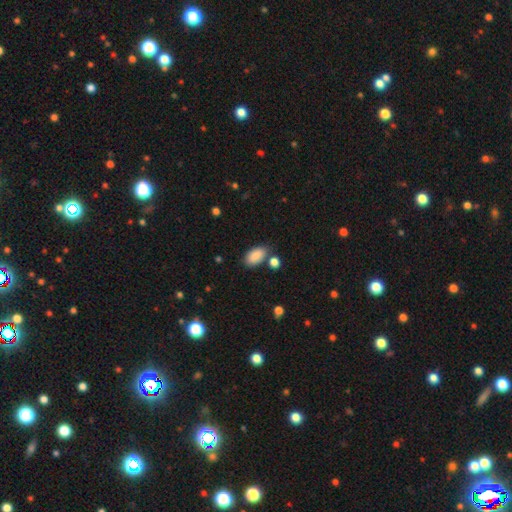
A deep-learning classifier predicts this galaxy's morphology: smooth-or-featured: smooth: 88% | star or artifact: 7% | featured or disk: 4%
  how-rounded: in between: 93% | round: 4% | cigar-shaped: 2%
  merging: none: 71% | minor disturbance: 15% | merger: 10% | major disturbance: 4%